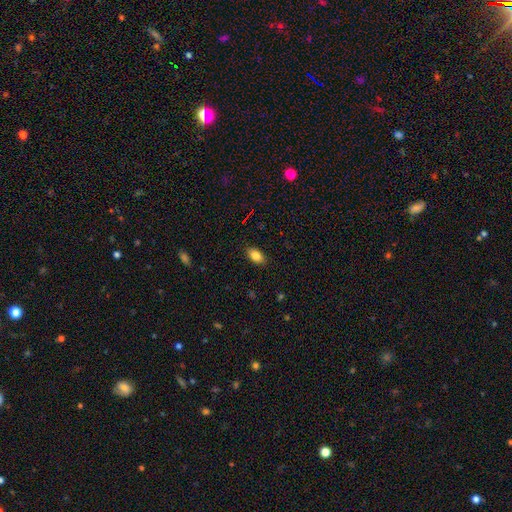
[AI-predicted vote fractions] Smooth or featured? Predicted: smooth (p=0.84). How rounded? Predicted: in between (p=0.90). Merging? Predicted: none (p=0.87).